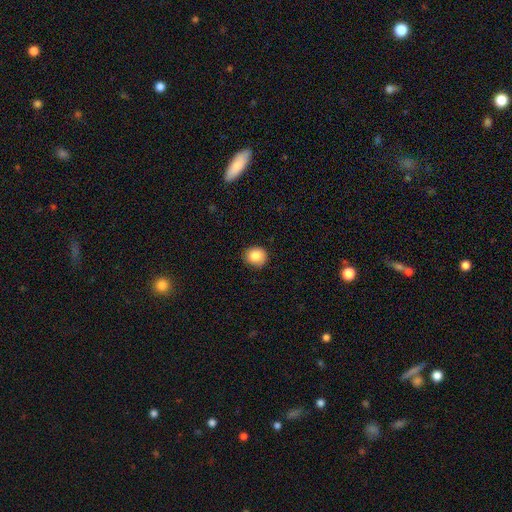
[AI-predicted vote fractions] Smooth or featured? Predicted: smooth (p=0.86). How rounded? Predicted: round (p=0.83). Merging? Predicted: none (p=0.85).